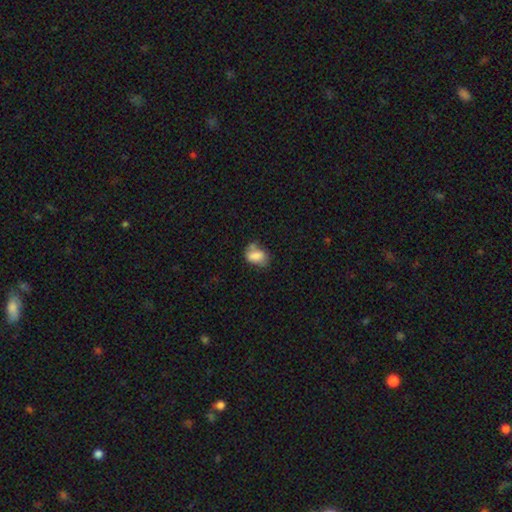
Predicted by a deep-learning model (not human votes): smooth-or-featured: smooth: 79% | featured or disk: 11% | star or artifact: 9%
  how-rounded: in between: 80% | round: 18% | cigar-shaped: 2%
  merging: none: 43% | minor disturbance: 28% | merger: 18% | major disturbance: 11%